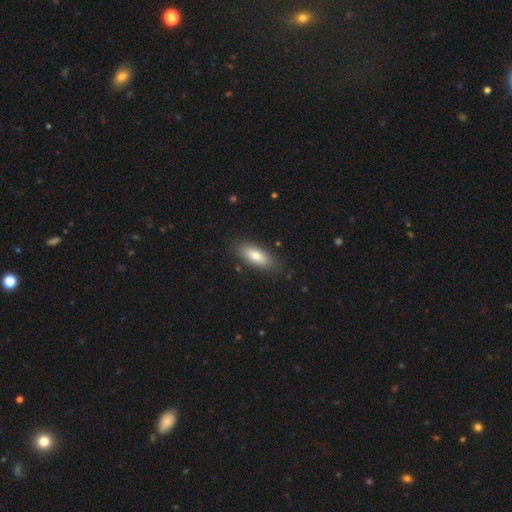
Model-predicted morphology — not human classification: Q: Smooth or featured?
A: smooth (77%); runner-up: featured or disk (16%)
Q: How rounded?
A: in between (78%); runner-up: cigar-shaped (19%)
Q: Merging?
A: none (84%); runner-up: minor disturbance (12%)